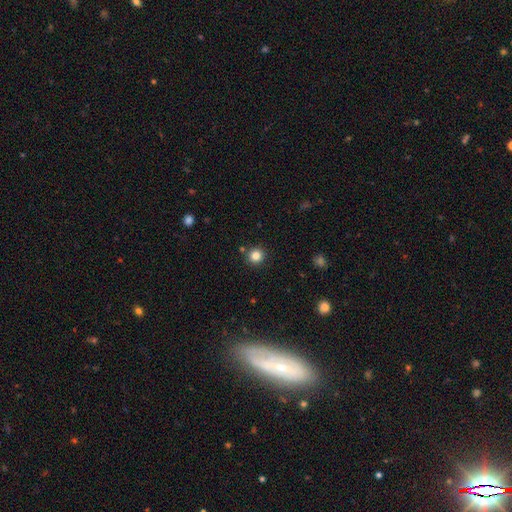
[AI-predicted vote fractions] Morphology: type=smooth (84%); roundness=round (93%); merging=none (89%).